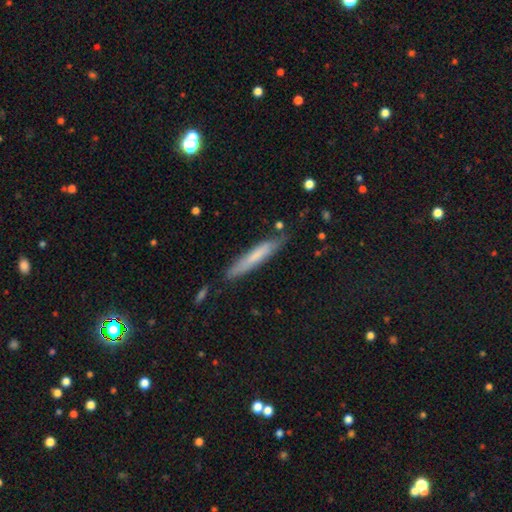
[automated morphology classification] Smooth or featured: smooth — 66% (featured or disk — 27%)
How rounded: cigar-shaped — 93% (in between — 6%)
Merging: none — 79% (minor disturbance — 16%)